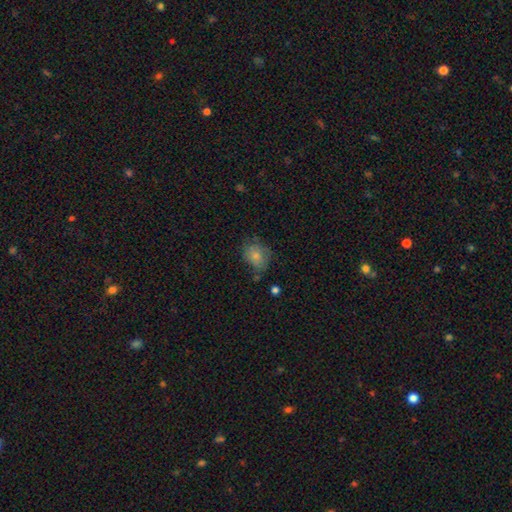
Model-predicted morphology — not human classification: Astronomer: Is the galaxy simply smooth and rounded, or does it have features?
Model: smooth — 79%.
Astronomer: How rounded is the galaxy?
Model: in between — 52% (runner-up: round, 47%).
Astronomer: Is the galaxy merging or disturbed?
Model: none — 56%.